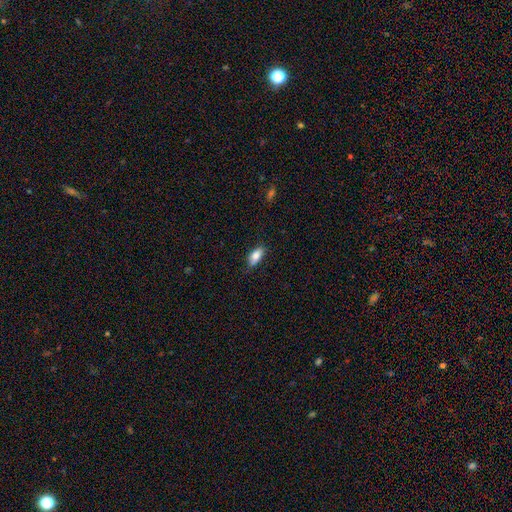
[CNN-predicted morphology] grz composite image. It shows a smooth galaxy with no disk features (82%) that is in between round and cigar-shaped (88%). Merging: none (77%).